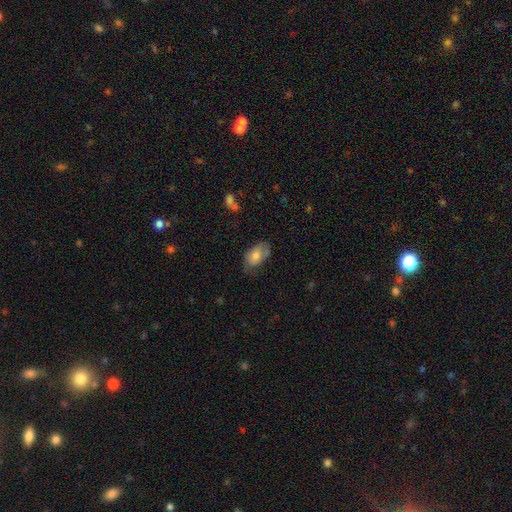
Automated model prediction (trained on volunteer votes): This appears to be a smooth galaxy with no disk features (71%) that is in between round and cigar-shaped (92%). Merging: none (54%).